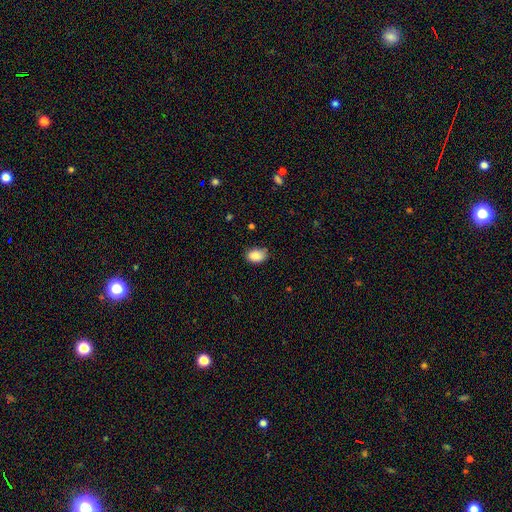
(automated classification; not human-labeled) Smooth or featured? smooth (88%)
How rounded? in between (84%)
Merging? none (75%)